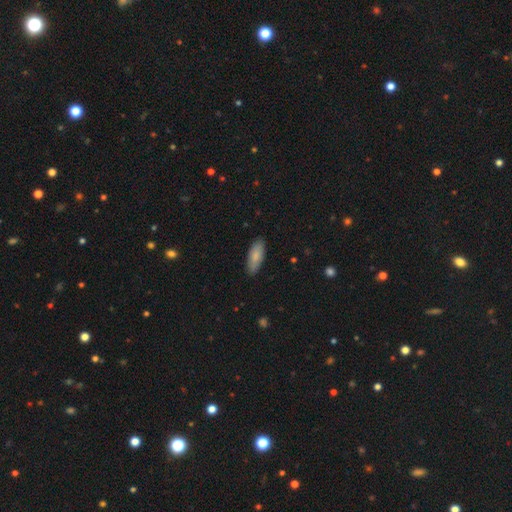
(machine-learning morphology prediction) smooth_or_featured: smooth (p=0.85) [alt: featured or disk p=0.10]
how_rounded: in between (p=0.77) [alt: cigar-shaped p=0.22]
merging: none (p=0.86) [alt: minor disturbance p=0.11]